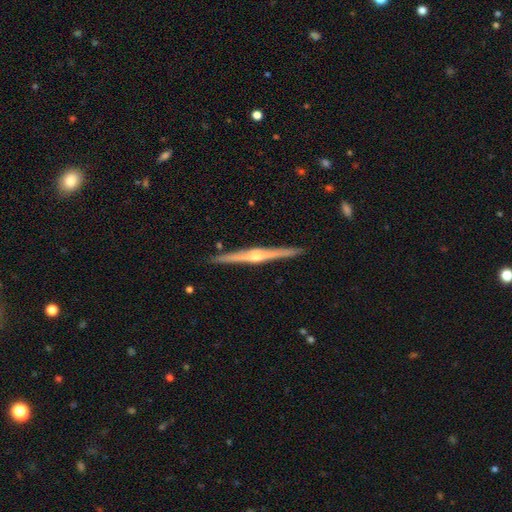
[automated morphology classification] Smooth or featured? Predicted: featured or disk (p=0.85). Edge-on disk? Predicted: yes (p=0.99). Edge-on bulge? Predicted: rounded (p=0.89). Merging? Predicted: none (p=0.92).